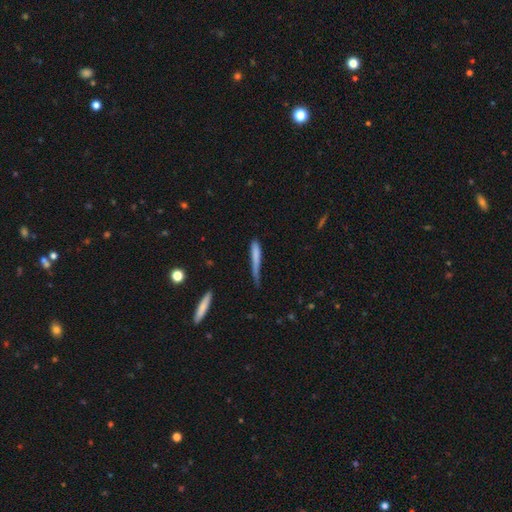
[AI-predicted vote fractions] This appears to be a smooth galaxy with no disk features (74%) that is cigar-shaped (93%). Merging: none (43%).